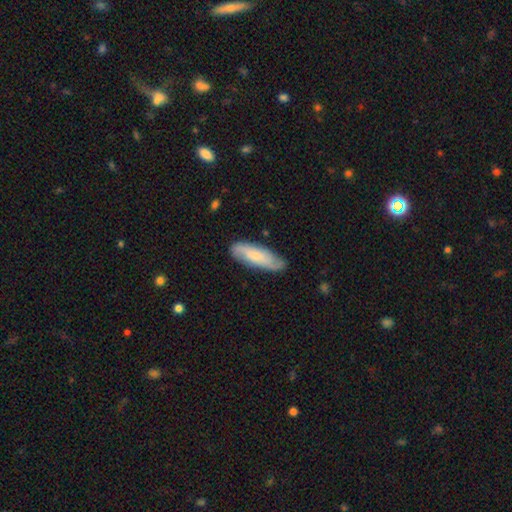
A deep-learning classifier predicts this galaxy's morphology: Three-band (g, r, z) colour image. It shows a smooth galaxy with no disk features (52%) that is in between round and cigar-shaped (51%). Merging: none (78%).